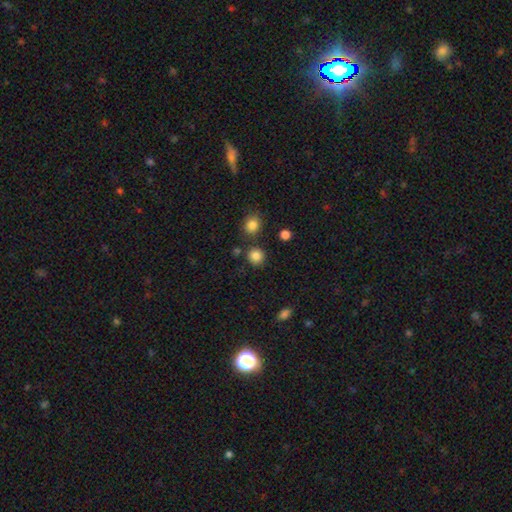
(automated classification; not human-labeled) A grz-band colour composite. It shows a smooth galaxy with no disk features (84%) that is round (89%). Merging: none (82%).